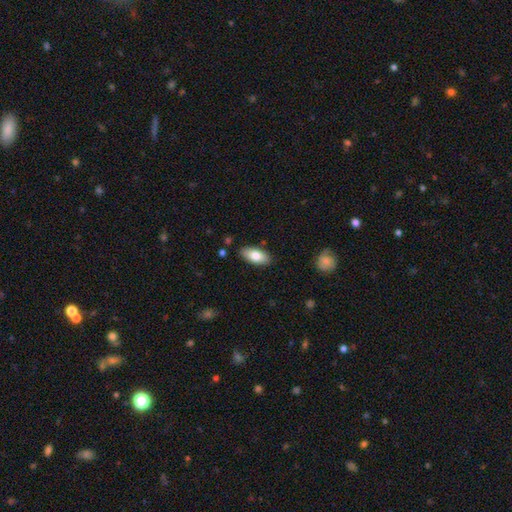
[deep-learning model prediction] A smooth galaxy with no disk features (80%) that is in between round and cigar-shaped (89%).

Vote fractions:
- Smooth or featured? smooth: 80% / featured or disk: 14% / star or artifact: 6%
- How rounded? in between: 89% / cigar-shaped: 9% / round: 2%
- Merging? none: 86% / minor disturbance: 10% / major disturbance: 2% / merger: 2%